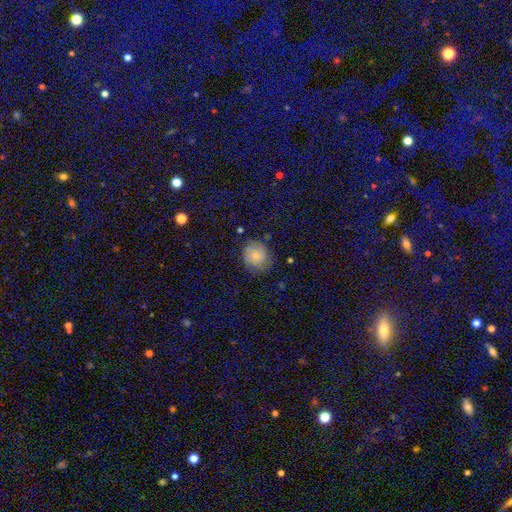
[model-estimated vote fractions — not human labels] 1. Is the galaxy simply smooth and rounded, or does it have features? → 75% smooth, 15% featured or disk, 10% star or artifact.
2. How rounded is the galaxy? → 84% round, 15% in between, 1% cigar-shaped.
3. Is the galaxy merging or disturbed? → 72% none, 20% minor disturbance, 6% major disturbance, 2% merger.